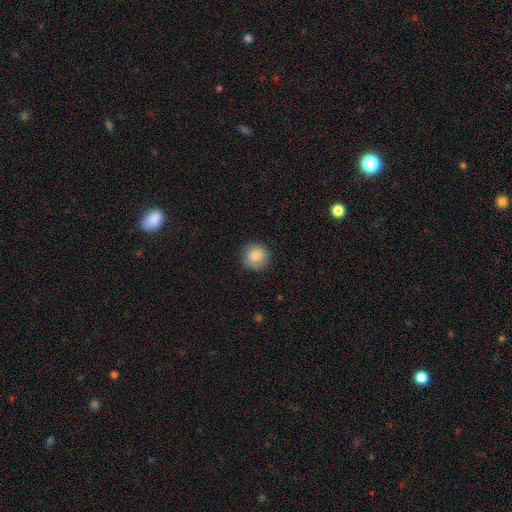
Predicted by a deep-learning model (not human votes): Q: Smooth or featured?
A: smooth (86%); runner-up: star or artifact (8%)
Q: How rounded?
A: round (94%); runner-up: in between (5%)
Q: Merging?
A: none (87%); runner-up: minor disturbance (10%)